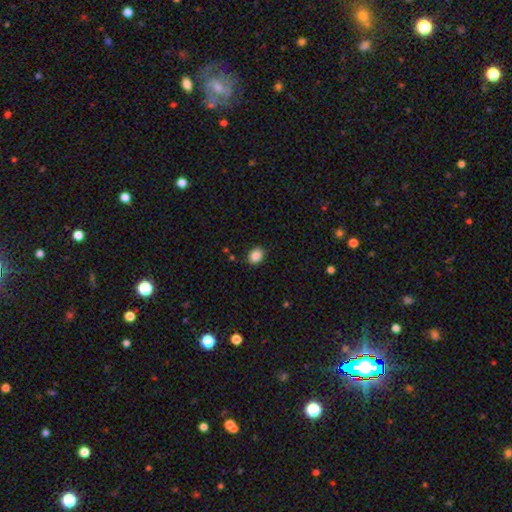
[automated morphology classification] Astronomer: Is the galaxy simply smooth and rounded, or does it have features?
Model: smooth — 87%.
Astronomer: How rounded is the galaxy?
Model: in between — 63%.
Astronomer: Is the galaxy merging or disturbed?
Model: none — 88%.